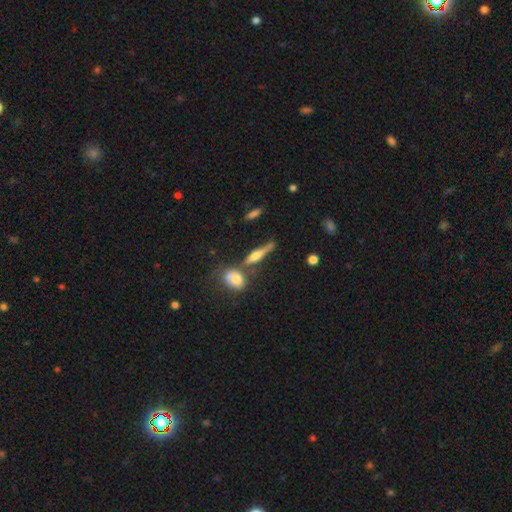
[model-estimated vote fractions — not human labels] Morphology: type=featured or disk (50%); merging=none (58%).